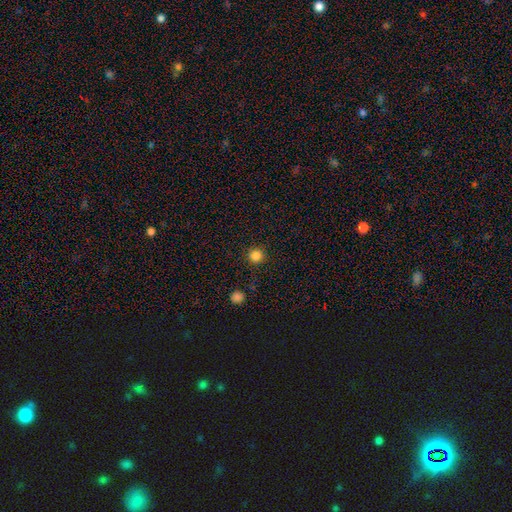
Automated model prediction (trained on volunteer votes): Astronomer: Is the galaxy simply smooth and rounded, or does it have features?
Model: smooth — 84%.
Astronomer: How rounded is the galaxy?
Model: round — 96%.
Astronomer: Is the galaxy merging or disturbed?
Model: none — 91%.